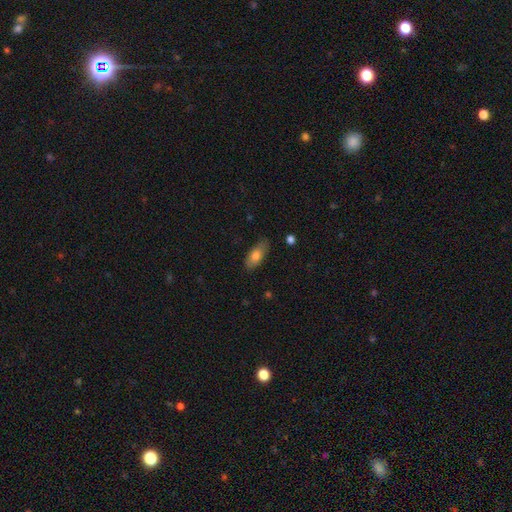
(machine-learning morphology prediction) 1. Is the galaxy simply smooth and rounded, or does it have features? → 74% smooth, 19% featured or disk, 7% star or artifact.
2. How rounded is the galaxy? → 82% in between, 15% cigar-shaped, 3% round.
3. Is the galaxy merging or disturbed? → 81% none, 15% minor disturbance, 3% major disturbance, 1% merger.